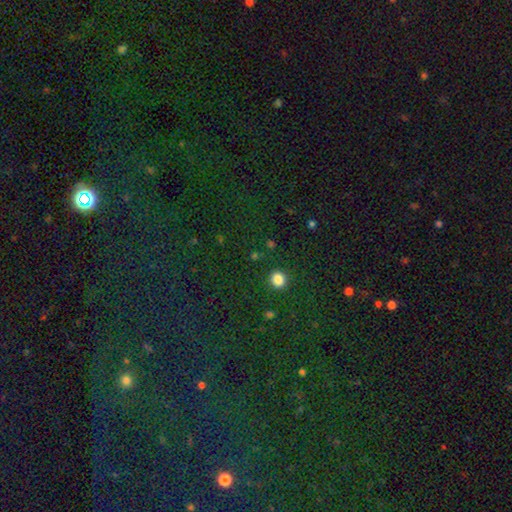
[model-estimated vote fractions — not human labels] Smooth or featured? Predicted: smooth (p=0.68). How rounded? Predicted: round (p=0.88). Merging? Predicted: none (p=0.90).